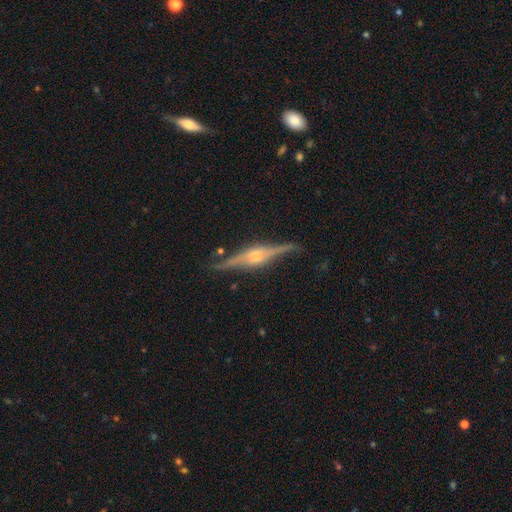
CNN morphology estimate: A featured or disk galaxy (87%) viewed edge-on (97%) with a rounded central bulge (81%). Merging: none (85%).